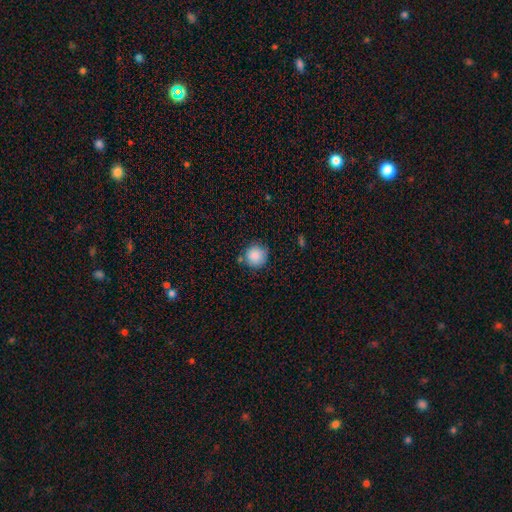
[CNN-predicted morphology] A smooth galaxy with no disk features (87%) that is round (93%).

Vote fractions:
- Smooth or featured? smooth: 87% / star or artifact: 8% / featured or disk: 5%
- How rounded? round: 93% / in between: 6% / cigar-shaped: 1%
- Merging? none: 76% / minor disturbance: 16% / merger: 5% / major disturbance: 4%